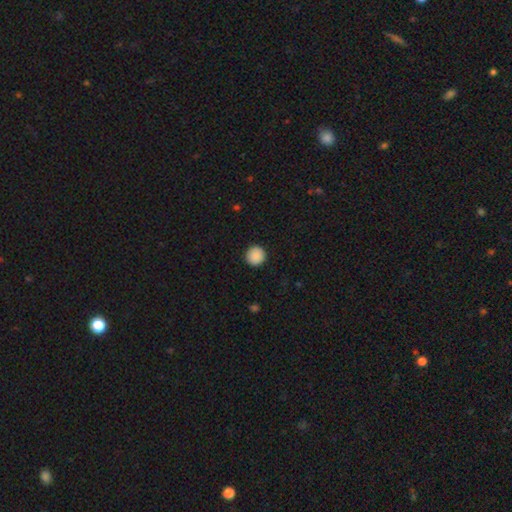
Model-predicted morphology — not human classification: This appears to be a smooth galaxy with no disk features (90%) that is round (96%). Merging: none (93%).